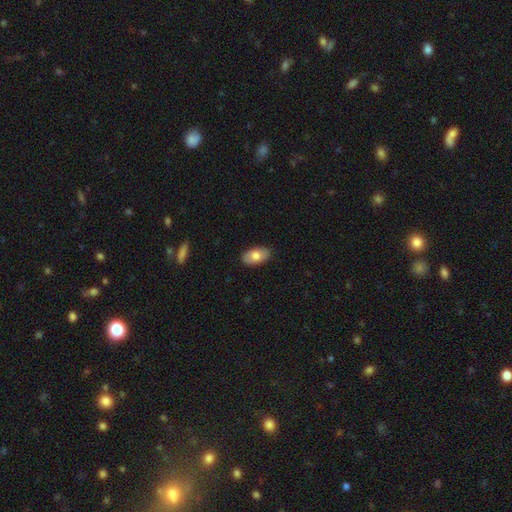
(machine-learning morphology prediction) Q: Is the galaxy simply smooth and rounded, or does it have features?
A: smooth — 76%.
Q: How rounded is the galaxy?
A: in between — 94%.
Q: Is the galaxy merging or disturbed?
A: none — 87%.